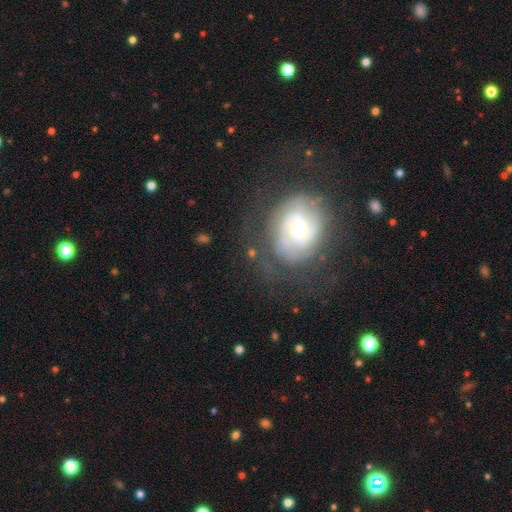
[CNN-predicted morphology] Smooth or featured: featured or disk — 61% (smooth — 27%)
Edge-on disk: no — 95% (yes — 5%)
Bar: no — 73% (weak — 19%)
Spiral arms: yes — 57% (no — 43%)
Bulge size: small — 52% (moderate — 40%)
Merging: none — 67% (major disturbance — 16%)